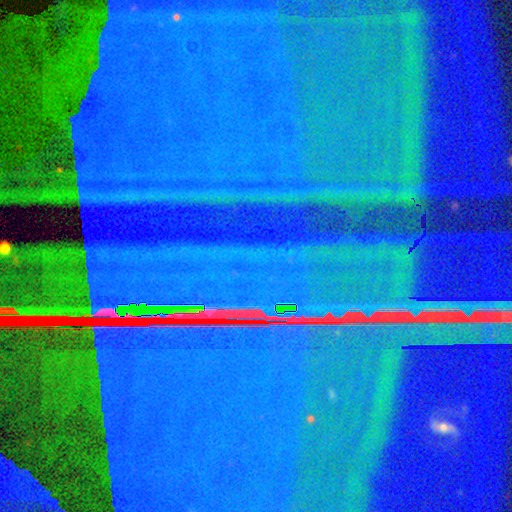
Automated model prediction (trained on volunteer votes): Overall: star or artifact (88%).